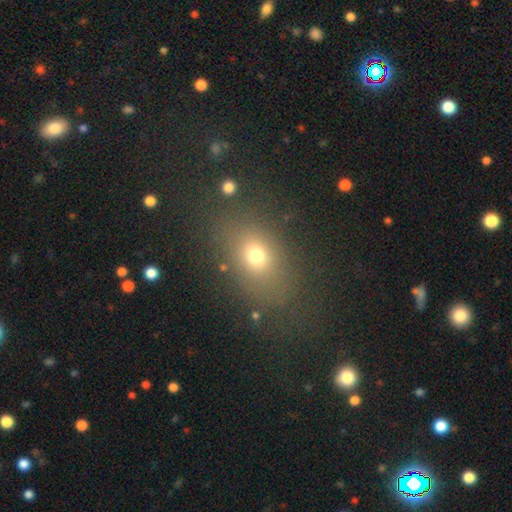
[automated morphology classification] Smooth or featured? Predicted: smooth (p=0.68). How rounded? Predicted: in between (p=0.65). Merging? Predicted: none (p=0.75).